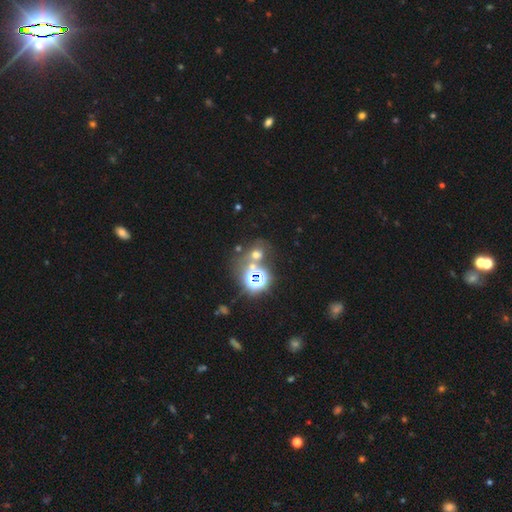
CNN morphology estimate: Smooth or featured? Predicted: star or artifact (p=0.52).